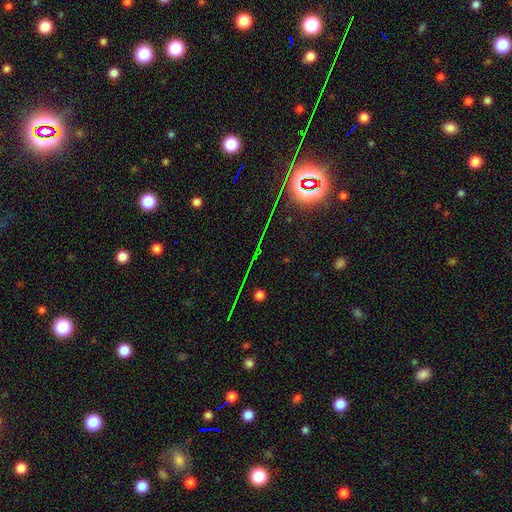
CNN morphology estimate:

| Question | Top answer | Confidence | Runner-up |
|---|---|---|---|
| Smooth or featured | star or artifact | 75% | smooth (13%) |